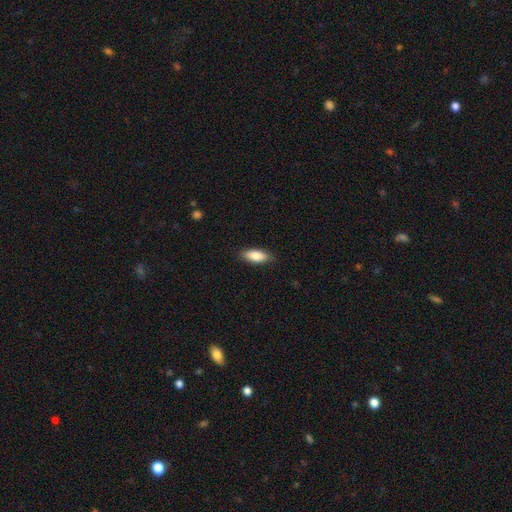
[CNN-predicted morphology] Q: Smooth or featured?
A: smooth (85%); runner-up: featured or disk (9%)
Q: How rounded?
A: in between (79%); runner-up: cigar-shaped (18%)
Q: Merging?
A: none (87%); runner-up: minor disturbance (10%)